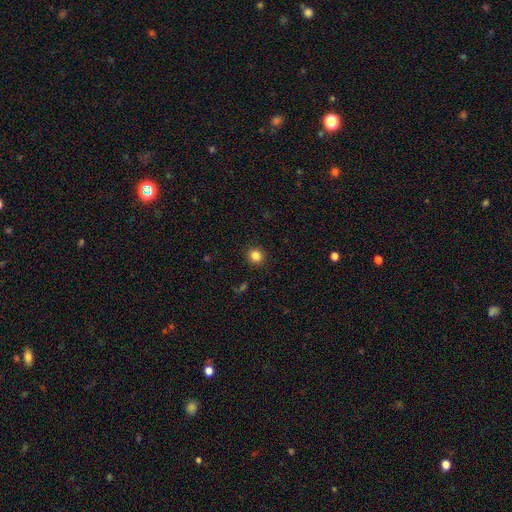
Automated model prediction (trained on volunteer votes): smooth 84%, star or artifact 12%, featured or disk 4%. Down the decision tree: how rounded — round (91%); merging — none (91%).